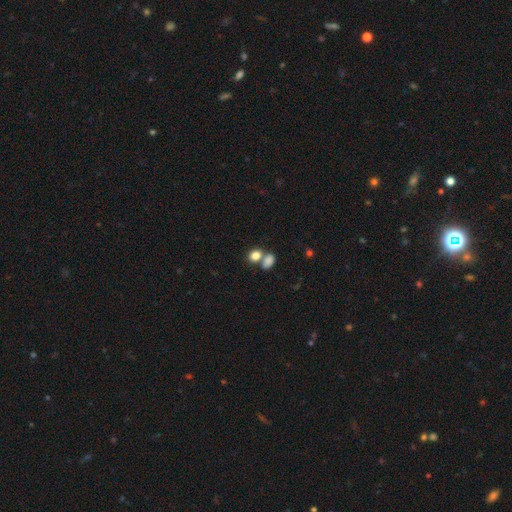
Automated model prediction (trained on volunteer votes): smooth 82%, star or artifact 10%, featured or disk 8%. Down the decision tree: how rounded — in between (59%); merging — merger (47%).